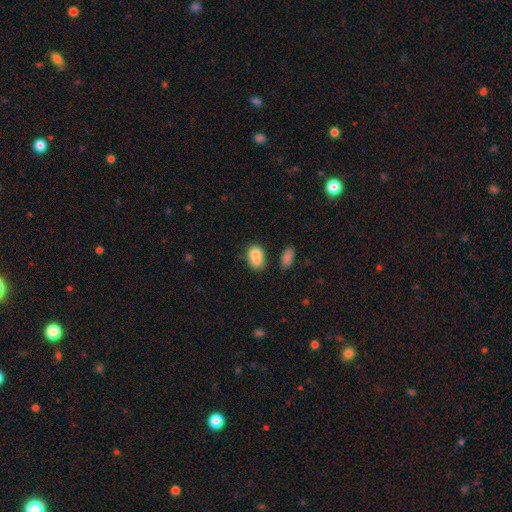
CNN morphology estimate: Smooth or featured: smooth — 80% (featured or disk — 11%)
How rounded: in between — 78% (round — 20%)
Merging: none — 43% (merger — 28%)